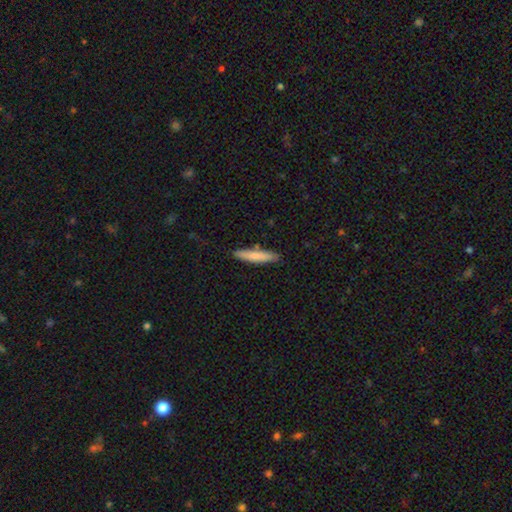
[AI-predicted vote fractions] A smooth galaxy with no disk features (78%) that is cigar-shaped (89%).

Vote fractions:
- Smooth or featured? smooth: 78% / featured or disk: 16% / star or artifact: 5%
- How rounded? cigar-shaped: 89% / in between: 10% / round: 1%
- Merging? none: 87% / minor disturbance: 10% / merger: 2% / major disturbance: 2%